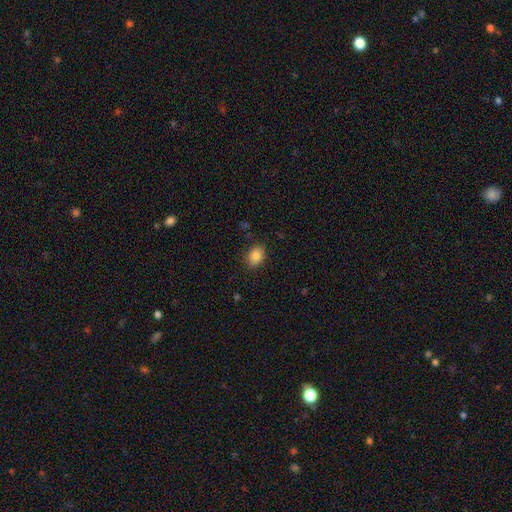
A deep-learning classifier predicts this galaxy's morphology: A smooth galaxy with no disk features (86%) that is in between round and cigar-shaped (65%).

Vote fractions:
- Smooth or featured? smooth: 86% / star or artifact: 9% / featured or disk: 5%
- How rounded? in between: 65% / round: 34% / cigar-shaped: 1%
- Merging? none: 83% / minor disturbance: 12% / major disturbance: 3% / merger: 1%